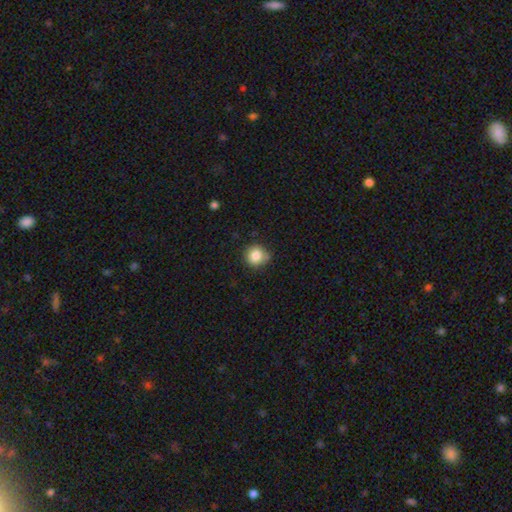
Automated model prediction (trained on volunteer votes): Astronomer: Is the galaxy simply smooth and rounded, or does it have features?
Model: smooth — 84%.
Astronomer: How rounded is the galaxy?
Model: round — 89%.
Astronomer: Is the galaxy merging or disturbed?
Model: none — 73%.